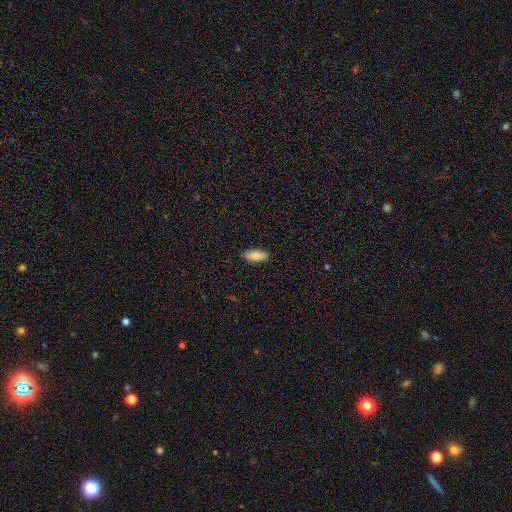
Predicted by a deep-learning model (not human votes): Smooth or featured?
  - smooth: 84% *
  - featured or disk: 9%
  - star or artifact: 6%
How rounded?
  - in between: 79% *
  - cigar-shaped: 19%
  - round: 2%
Merging?
  - none: 87% *
  - minor disturbance: 10%
  - major disturbance: 2%
  - merger: 1%